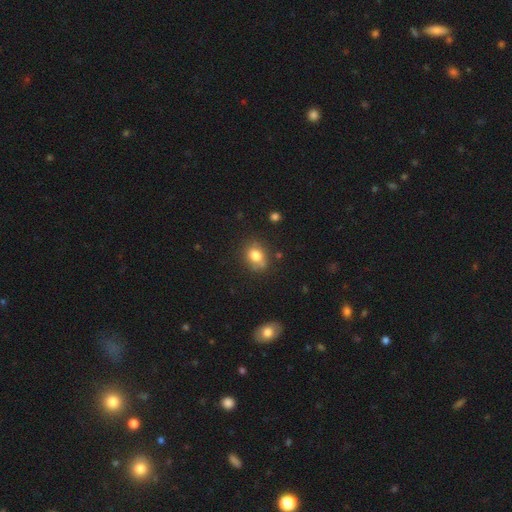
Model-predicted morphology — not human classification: The model was most divided on "how rounded": in between: 54%, round: 45%, cigar-shaped: 1%. More confident: smooth or featured — smooth (78%); merging — none (63%).